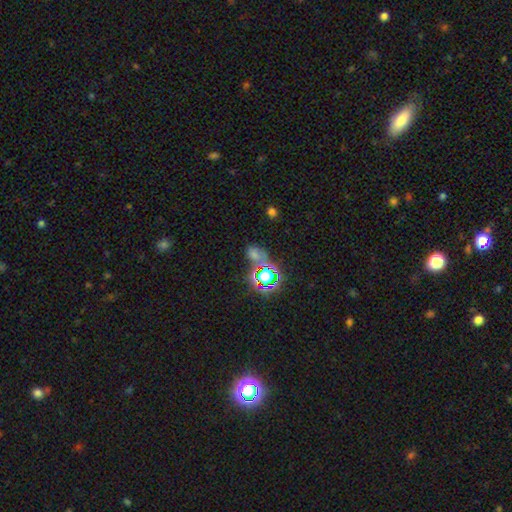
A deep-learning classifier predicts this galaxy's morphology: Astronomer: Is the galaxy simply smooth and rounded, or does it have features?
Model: star or artifact — 48% (runner-up: smooth, 42%).